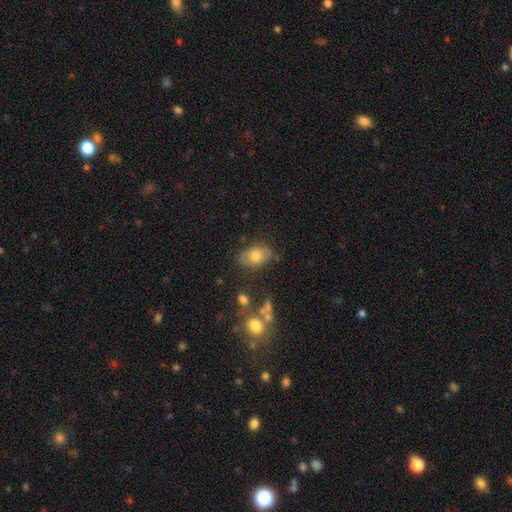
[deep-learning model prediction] A smooth galaxy with no disk features (71%) that is in between round and cigar-shaped (87%). Merging: none (75%).